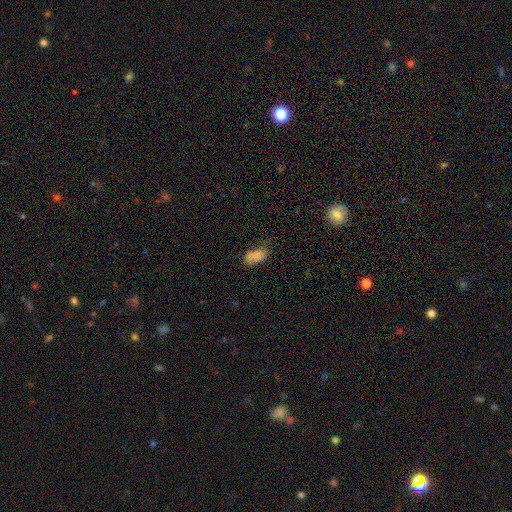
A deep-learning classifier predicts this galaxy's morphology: Smooth or featured: smooth — 79% (star or artifact — 11%)
How rounded: in between — 91% (round — 5%)
Merging: none — 50% (minor disturbance — 30%)